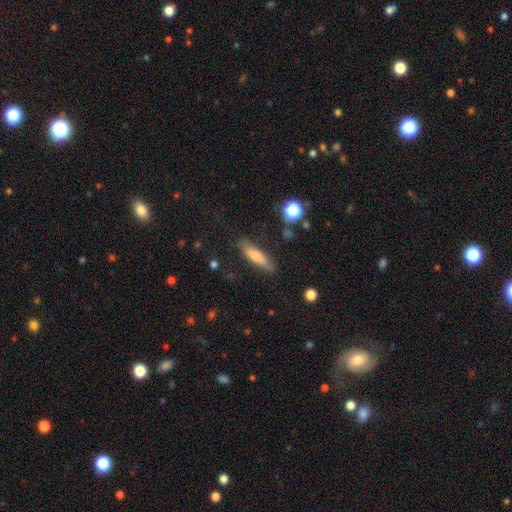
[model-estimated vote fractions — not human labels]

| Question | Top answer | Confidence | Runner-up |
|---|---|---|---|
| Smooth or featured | smooth | 70% | featured or disk (22%) |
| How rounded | cigar-shaped | 70% | in between (27%) |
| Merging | none | 81% | minor disturbance (13%) |